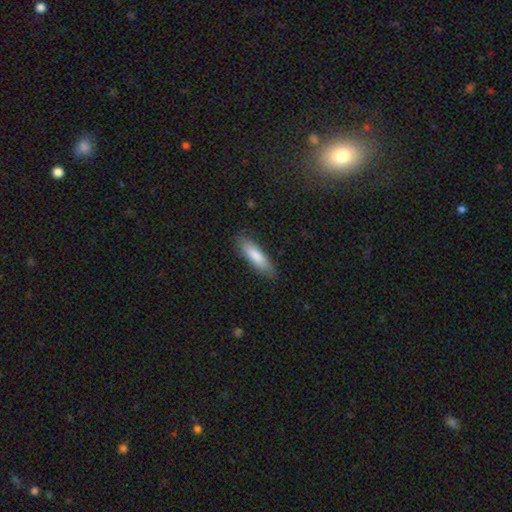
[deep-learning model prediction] Morphology: type=smooth (82%); roundness=cigar-shaped (59%); merging=none (83%).